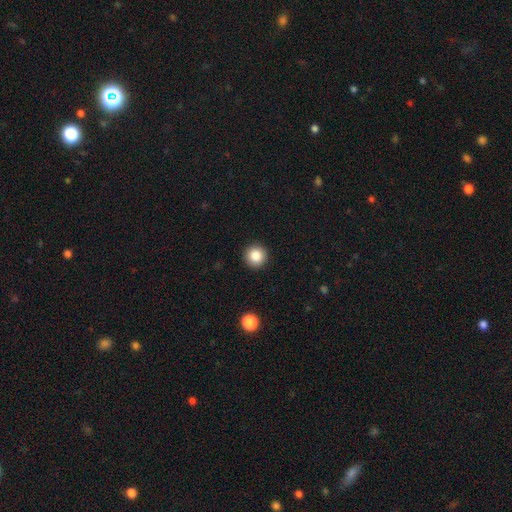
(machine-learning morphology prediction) A smooth galaxy with no disk features (85%) that is round (95%). Merging: none (93%).